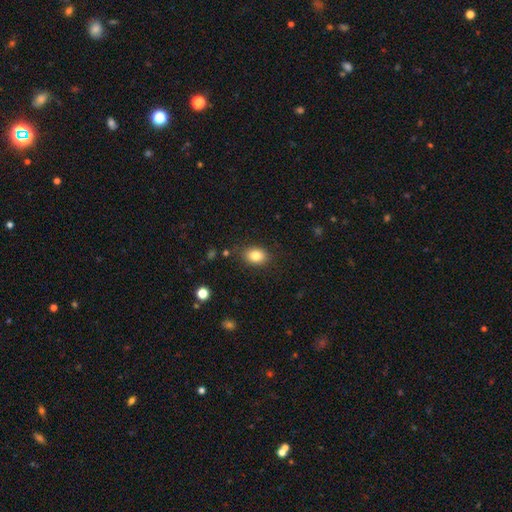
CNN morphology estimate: type=smooth (83%); roundness=in between (70%); merging=none (85%).